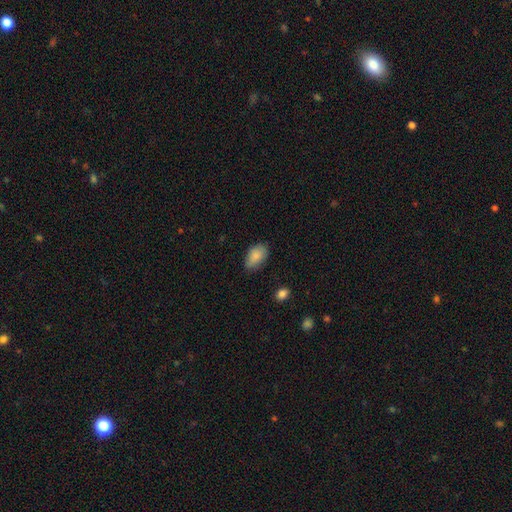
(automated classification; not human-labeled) Smooth or featured: smooth — 86% (star or artifact — 7%)
How rounded: in between — 92% (round — 6%)
Merging: none — 75% (minor disturbance — 20%)